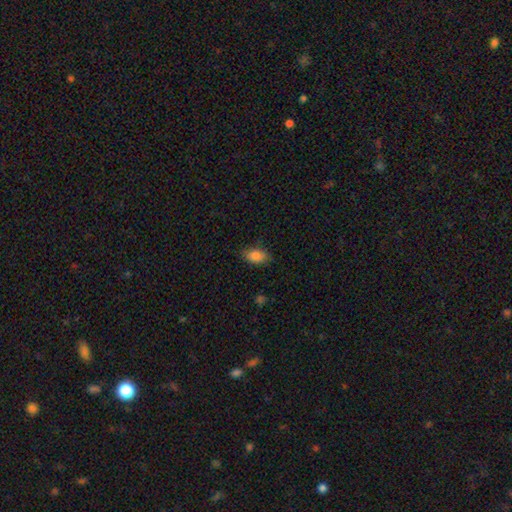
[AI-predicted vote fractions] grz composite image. It shows a smooth galaxy with no disk features (86%) that is in between round and cigar-shaped (90%). Merging: none (79%).